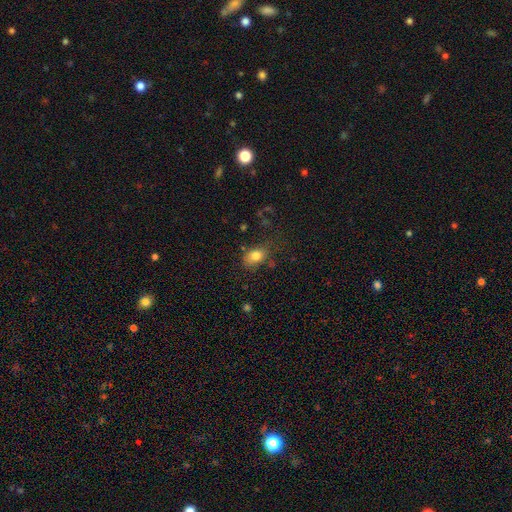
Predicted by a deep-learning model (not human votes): Smooth or featured? smooth (80%)
How rounded? in between (79%)
Merging? none (66%)